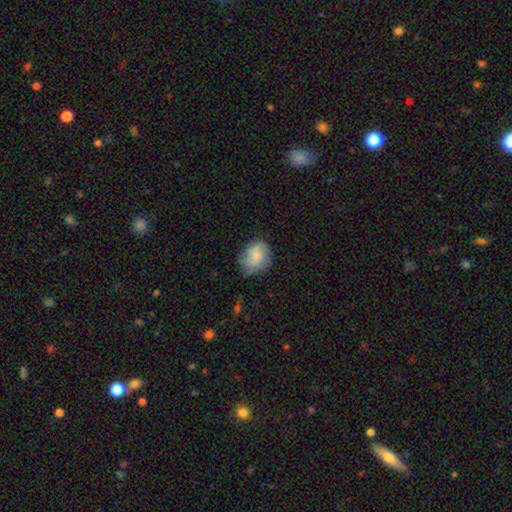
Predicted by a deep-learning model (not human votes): smooth 64%, featured or disk 28%, star or artifact 8%. Down the decision tree: how rounded — round (53%); merging — none (54%).